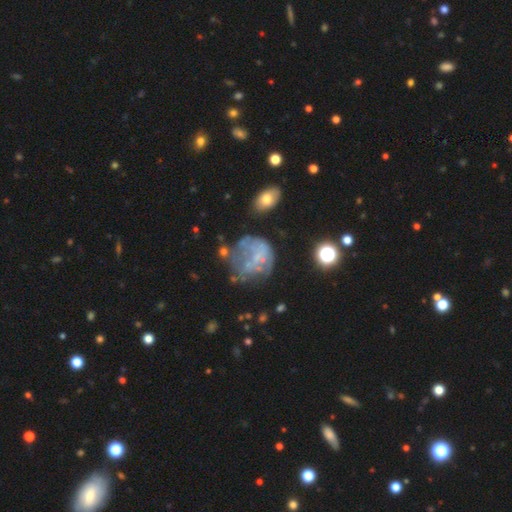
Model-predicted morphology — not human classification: This appears to be a featured or disk galaxy (49%). Merging: none (39%).